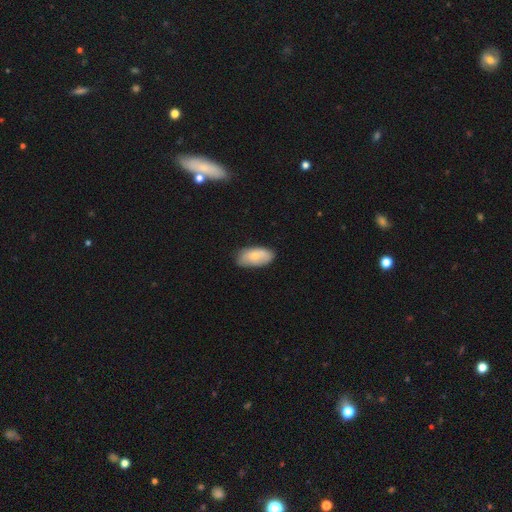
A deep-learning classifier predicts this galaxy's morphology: The model was most divided on "smooth or featured": smooth: 69%, featured or disk: 25%, star or artifact: 6%. More confident: how rounded — in between (93%); merging — none (74%).